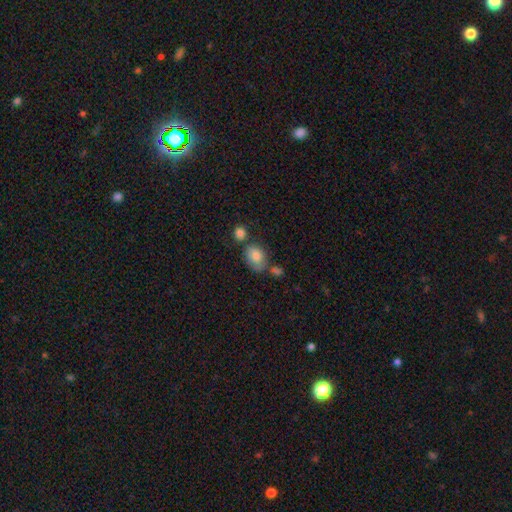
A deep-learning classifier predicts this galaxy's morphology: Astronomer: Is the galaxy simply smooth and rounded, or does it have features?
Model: smooth — 79%.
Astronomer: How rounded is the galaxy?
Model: in between — 63%.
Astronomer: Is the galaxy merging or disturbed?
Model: none — 49%.